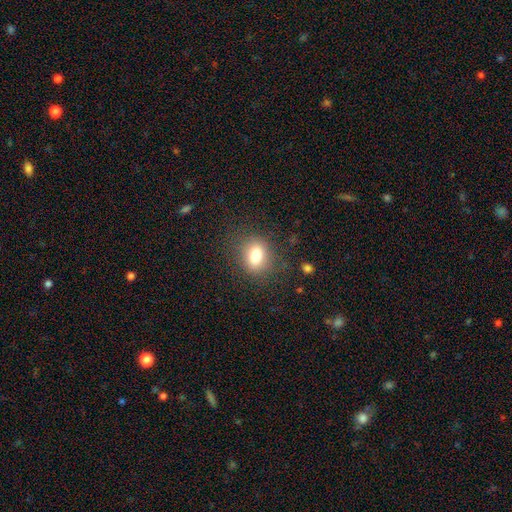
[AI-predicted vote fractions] Overall: smooth (80%). How rounded: in between (65%; round 34%). Merging: none (81%).